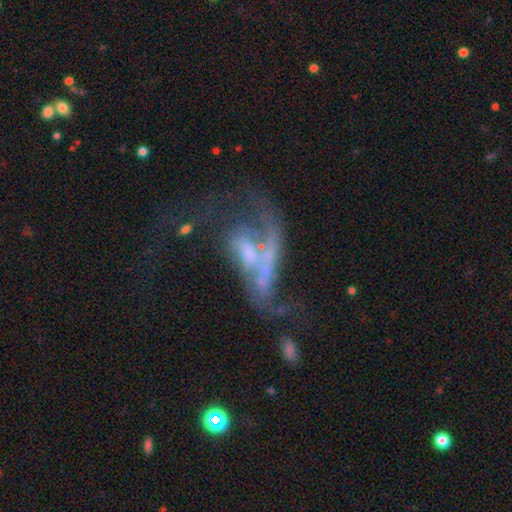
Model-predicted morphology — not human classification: smooth-or-featured: featured or disk: 70% | smooth: 19% | star or artifact: 11%
  disk-edge-on: no: 92% | yes: 8%
    bar: no: 66% | weak: 23% | strong: 11%
    has-spiral-arms: yes: 54% | no: 46%
    bulge-size: none: 36% | moderate: 30% | small: 25% | large: 7% | dominant: 3%
  merging: major disturbance: 41% | merger: 34% | none: 15% | minor disturbance: 9%